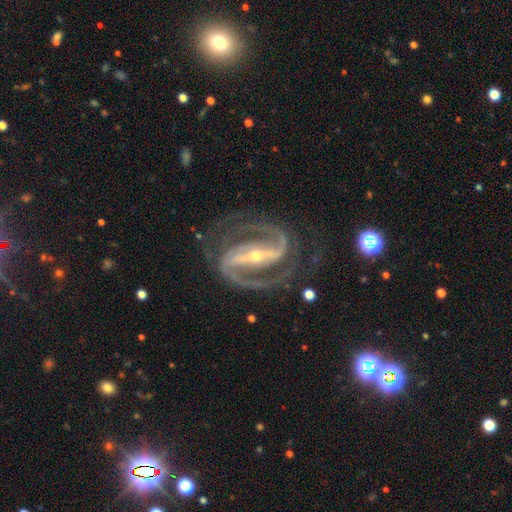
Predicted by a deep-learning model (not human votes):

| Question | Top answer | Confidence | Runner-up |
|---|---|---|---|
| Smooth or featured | featured or disk | 94% | star or artifact (4%) |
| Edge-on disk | no | 97% | yes (3%) |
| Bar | strong | 82% | weak (13%) |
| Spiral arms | yes | 99% | no (1%) |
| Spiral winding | medium | 60% | tight (29%) |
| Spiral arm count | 2 | 94% | 3 (1%) |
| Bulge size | small | 68% | moderate (29%) |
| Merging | none | 80% | minor disturbance (12%) |